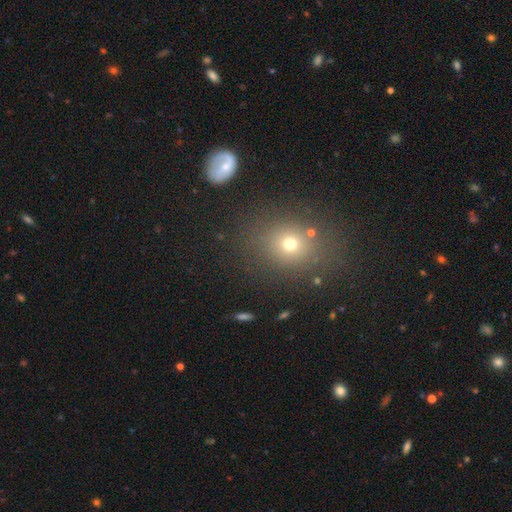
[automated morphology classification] This appears to be a smooth galaxy with no disk features (56%) that is round (58%). Merging: none (82%).